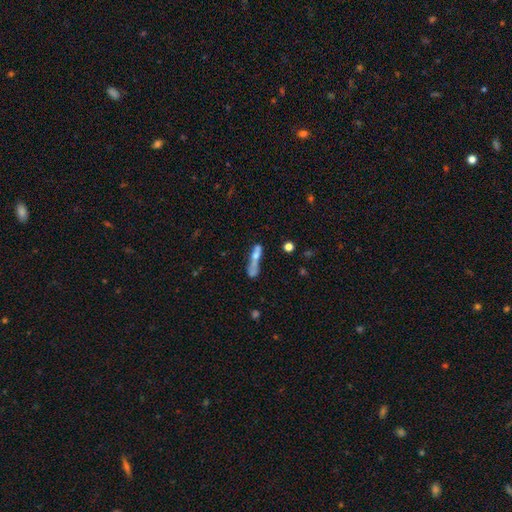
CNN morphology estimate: smooth-or-featured: smooth: 45% | featured or disk: 39% | star or artifact: 16%
  merging: none: 39% | merger: 30% | minor disturbance: 16% | major disturbance: 15%